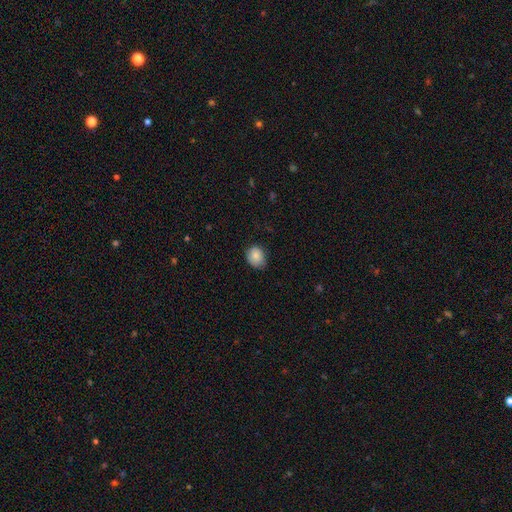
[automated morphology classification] This appears to be a smooth galaxy with no disk features (85%) that is round (54%). Merging: none (72%).